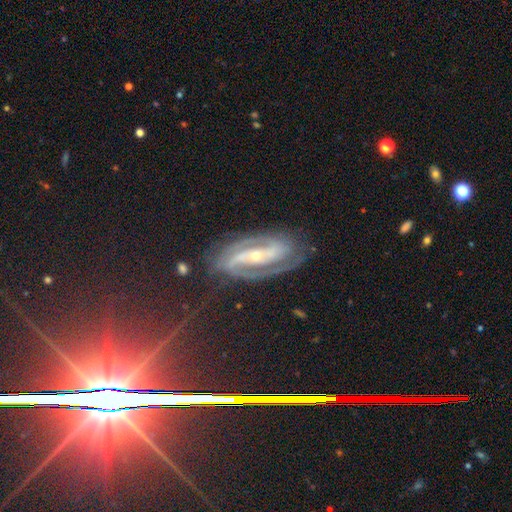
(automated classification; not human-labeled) smooth_or_featured: featured or disk (p=0.87) [alt: star or artifact p=0.08]
disk_edge_on: no (p=0.94) [alt: yes p=0.06]
bar: strong (p=0.53) [alt: weak p=0.25]
has_spiral_arms: yes (p=0.97) [alt: no p=0.03]
spiral_winding: tight (p=0.50) [alt: medium p=0.41]
spiral_arm_count: 2 (p=0.87) [alt: can't tell p=0.05]
bulge_size: small (p=0.63) [alt: moderate p=0.33]
merging: none (p=0.79) [alt: minor disturbance p=0.14]